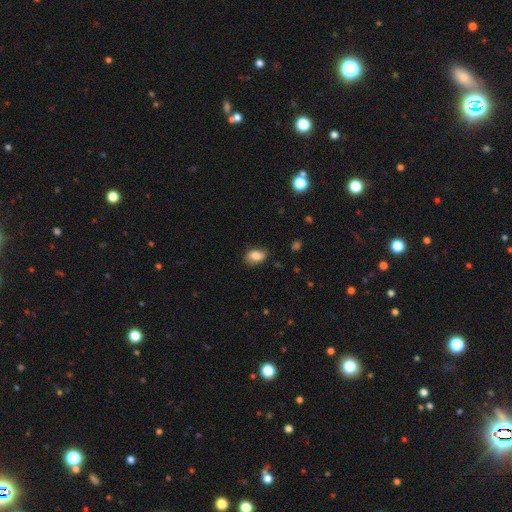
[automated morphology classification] Smooth or featured?
  - smooth: 81% *
  - featured or disk: 11%
  - star or artifact: 8%
How rounded?
  - in between: 86% *
  - round: 13%
  - cigar-shaped: 2%
Merging?
  - none: 75% *
  - minor disturbance: 19%
  - major disturbance: 4%
  - merger: 1%